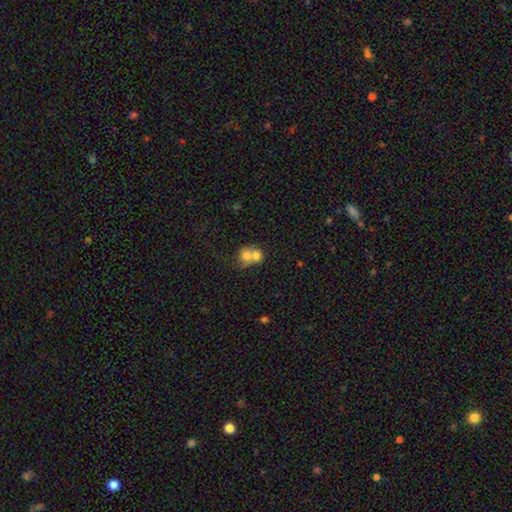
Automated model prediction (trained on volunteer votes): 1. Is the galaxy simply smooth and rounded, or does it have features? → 69% smooth, 21% featured or disk, 9% star or artifact.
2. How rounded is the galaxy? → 69% round, 30% in between, 1% cigar-shaped.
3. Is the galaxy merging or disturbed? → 73% merger, 18% none, 5% minor disturbance, 4% major disturbance.